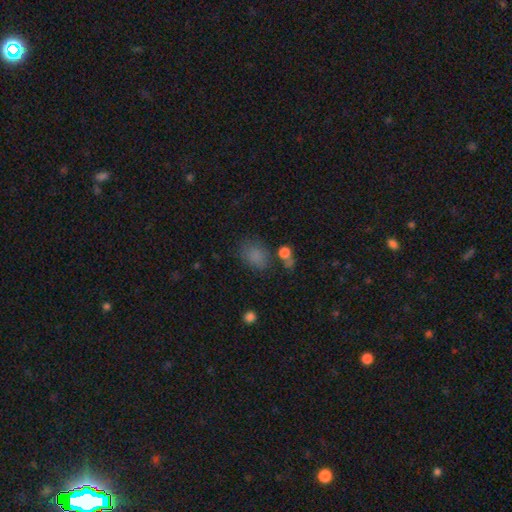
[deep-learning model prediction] Overall: smooth (79%). How rounded: in between (66%; round 33%). Merging: none (65%).